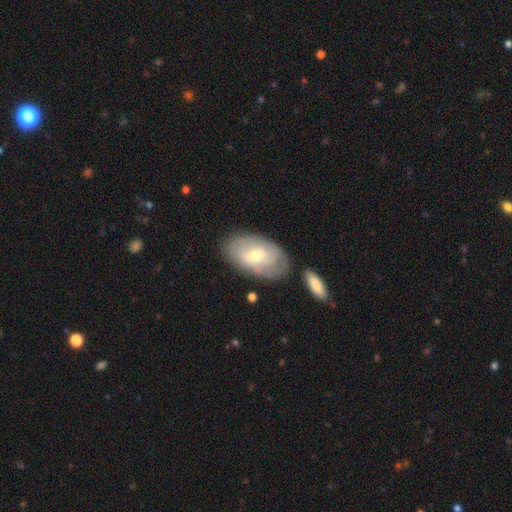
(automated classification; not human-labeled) Smooth or featured?
  - featured or disk: 53% *
  - smooth: 41%
  - star or artifact: 6%
Edge-on disk?
  - no: 92% *
  - yes: 8%
Merging?
  - none: 73% *
  - minor disturbance: 16%
  - merger: 6%
  - major disturbance: 5%